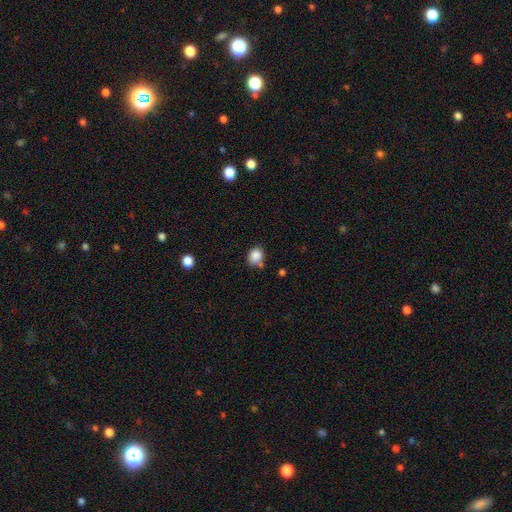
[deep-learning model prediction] Smooth or featured?
  - smooth: 86% *
  - star or artifact: 10%
  - featured or disk: 4%
How rounded?
  - round: 59% *
  - in between: 40%
  - cigar-shaped: 1%
Merging?
  - none: 67% *
  - minor disturbance: 18%
  - merger: 11%
  - major disturbance: 4%